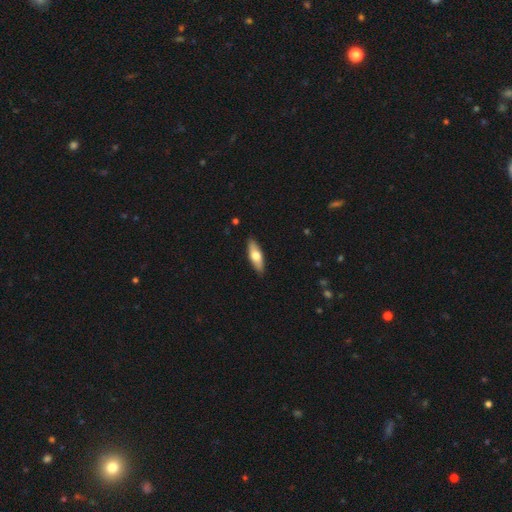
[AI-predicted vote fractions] Morphology: type=smooth (62%); roundness=in between (55%); merging=none (89%).